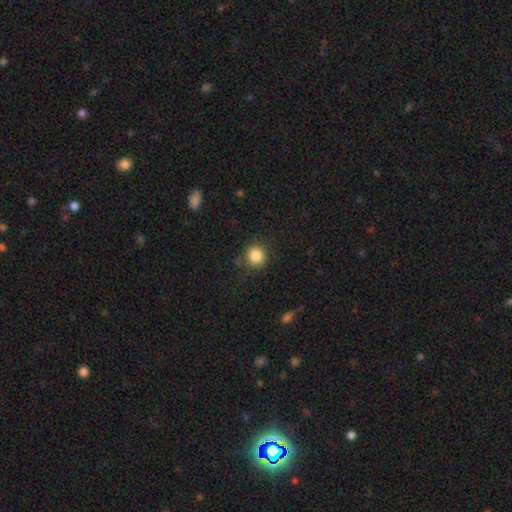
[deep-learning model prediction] This is clearly a smooth galaxy (85%). How rounded: clearly round (91%). Merging: clearly none (82%).